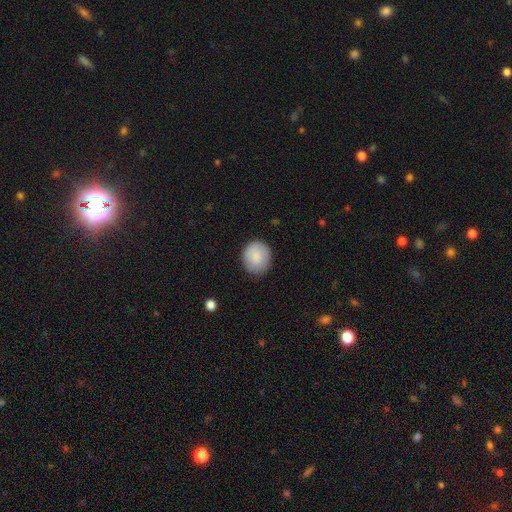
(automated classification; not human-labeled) A smooth galaxy with no disk features (87%) that is round (79%).

Vote fractions:
- Smooth or featured? smooth: 87% / star or artifact: 6% / featured or disk: 6%
- How rounded? round: 79% / in between: 20% / cigar-shaped: 1%
- Merging? none: 86% / minor disturbance: 11% / major disturbance: 3% / merger: 1%